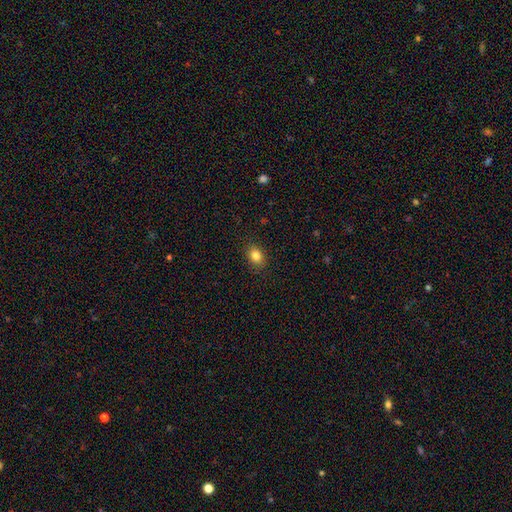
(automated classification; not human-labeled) Q: Smooth or featured?
A: smooth (83%); runner-up: star or artifact (11%)
Q: How rounded?
A: in between (62%); runner-up: round (37%)
Q: Merging?
A: none (87%); runner-up: minor disturbance (9%)